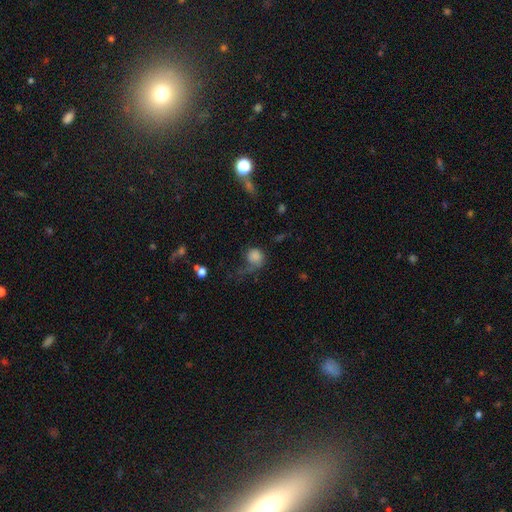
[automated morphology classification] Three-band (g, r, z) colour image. It shows a smooth galaxy with no disk features (72%) that is round (78%). Merging: major disturbance (43%).